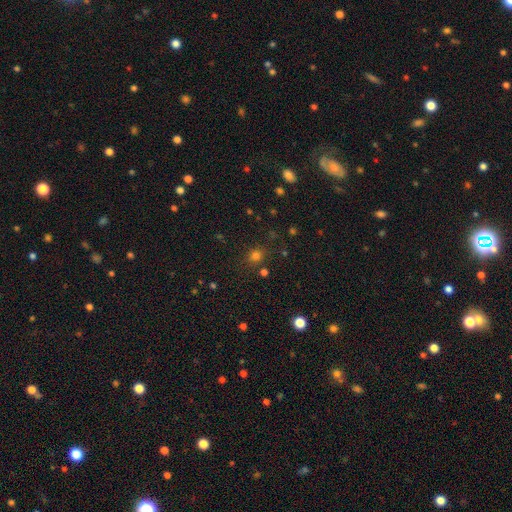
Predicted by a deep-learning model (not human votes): Morphology: type=smooth (73%); roundness=round (81%); merging=none (82%).